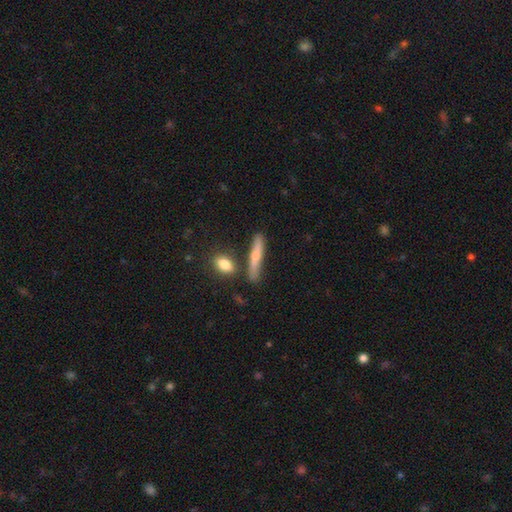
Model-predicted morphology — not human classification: Overall: smooth (65%; featured or disk 28%). How rounded: cigar-shaped (86%). Merging: none (71%).